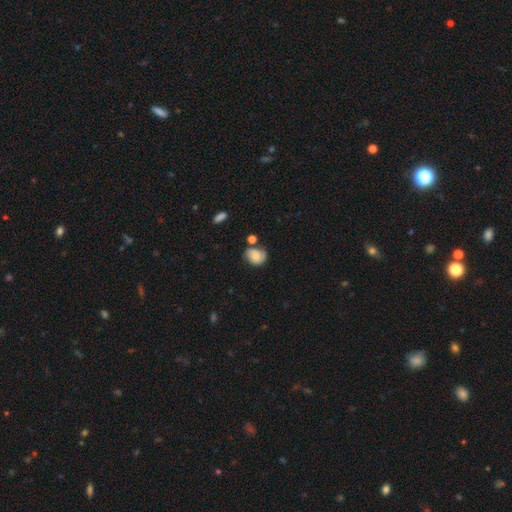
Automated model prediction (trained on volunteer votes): The model was most divided on "how rounded": round: 55%, in between: 44%, cigar-shaped: 1%. More confident: smooth or featured — smooth (61%); merging — none (55%).